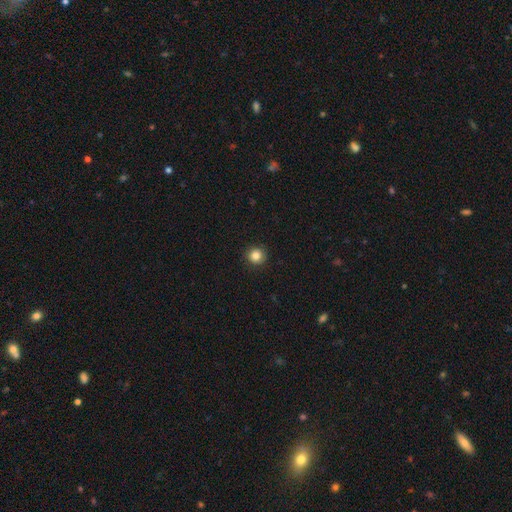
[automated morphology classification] Smooth or featured? smooth (84%)
How rounded? round (94%)
Merging? none (91%)